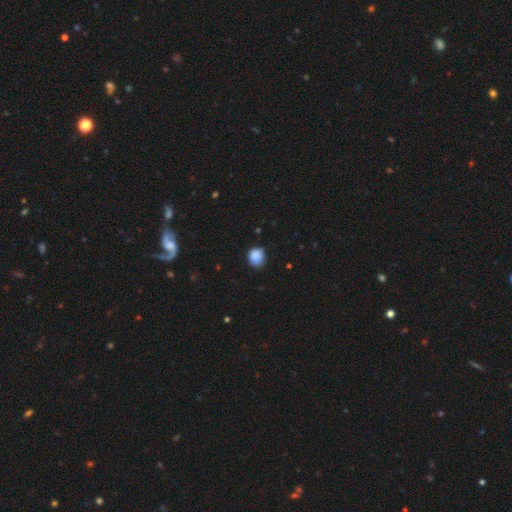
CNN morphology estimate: smooth-or-featured: smooth: 86% | star or artifact: 9% | featured or disk: 5%
  how-rounded: round: 65% | in between: 34% | cigar-shaped: 1%
  merging: none: 62% | minor disturbance: 31% | major disturbance: 5% | merger: 2%